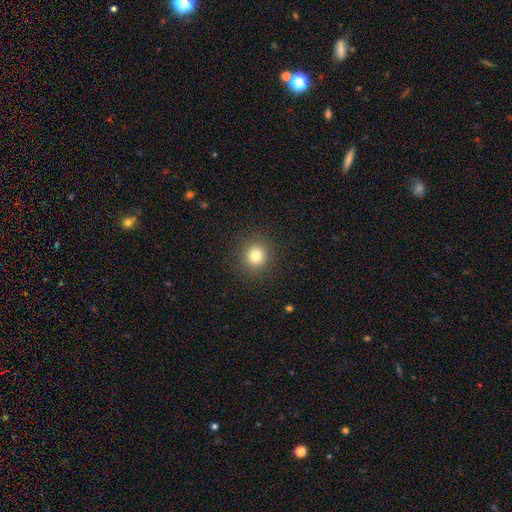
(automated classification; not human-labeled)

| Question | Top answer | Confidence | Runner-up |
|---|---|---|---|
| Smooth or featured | smooth | 80% | star or artifact (13%) |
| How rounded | round | 90% | in between (9%) |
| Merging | none | 91% | minor disturbance (6%) |